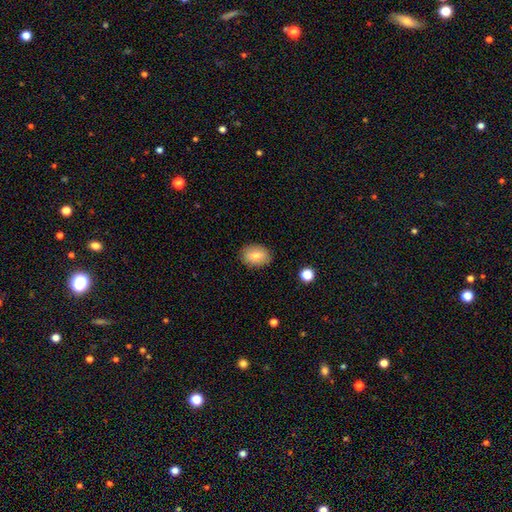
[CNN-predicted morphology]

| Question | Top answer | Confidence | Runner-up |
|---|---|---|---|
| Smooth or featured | smooth | 78% | featured or disk (14%) |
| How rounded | in between | 71% | round (28%) |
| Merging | none | 85% | minor disturbance (12%) |